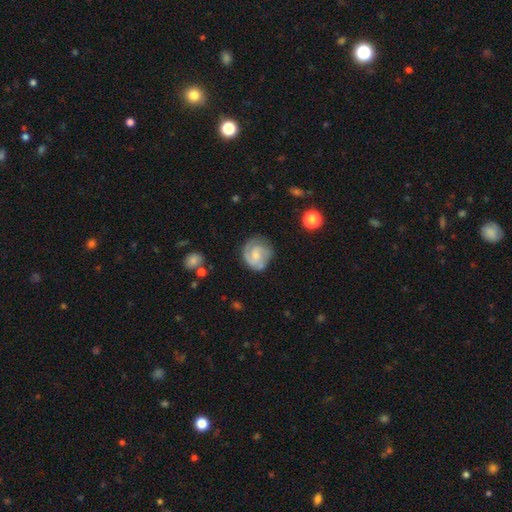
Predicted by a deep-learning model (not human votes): A featured or disk galaxy (74%) with no bar (48%), 2 (61%) tight (49%) spiral arms (94%) and a small central bulge (46%). Merging: none (69%).